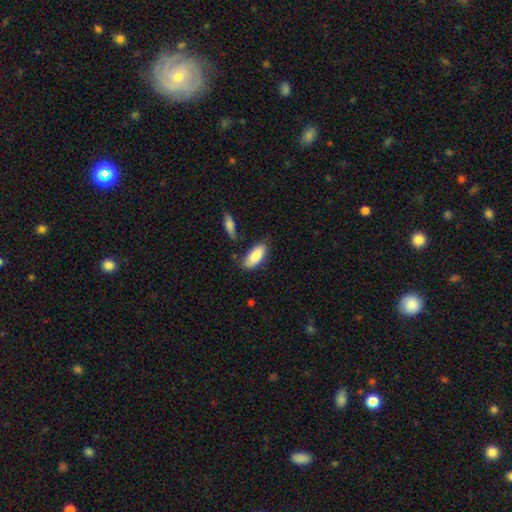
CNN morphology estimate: Q: Smooth or featured?
A: smooth (86%); runner-up: featured or disk (9%)
Q: How rounded?
A: in between (86%); runner-up: cigar-shaped (13%)
Q: Merging?
A: none (70%); runner-up: minor disturbance (20%)